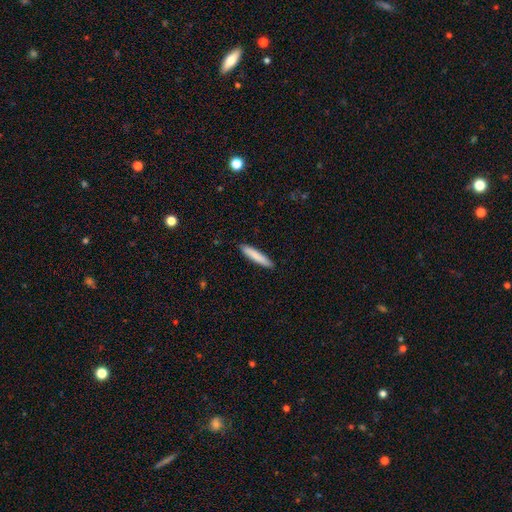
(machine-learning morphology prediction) A smooth galaxy with no disk features (83%) that is cigar-shaped (90%).

Vote fractions:
- Smooth or featured? smooth: 83% / featured or disk: 12% / star or artifact: 6%
- How rounded? cigar-shaped: 90% / in between: 8% / round: 1%
- Merging? none: 90% / minor disturbance: 7% / major disturbance: 1% / merger: 1%